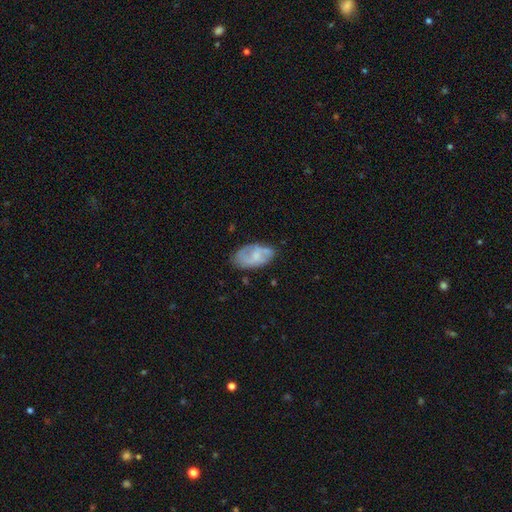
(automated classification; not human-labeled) This appears to be a featured or disk galaxy (50%). Merging: none (62%).